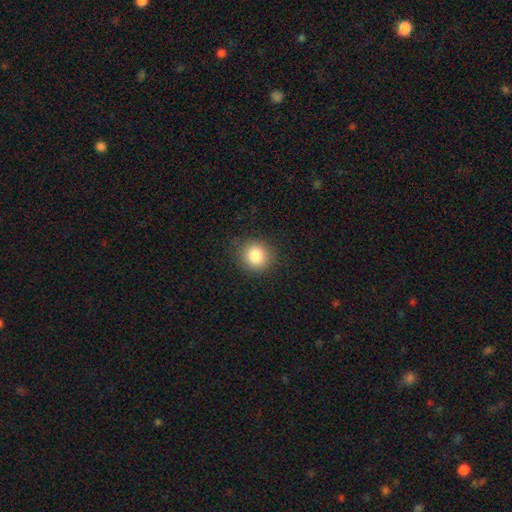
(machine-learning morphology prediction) Overall: smooth (84%). How rounded: round (85%). Merging: none (86%).